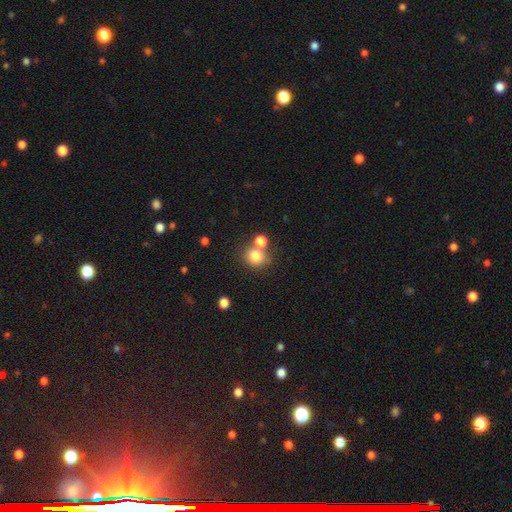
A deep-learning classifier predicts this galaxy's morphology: smooth 79%, star or artifact 13%, featured or disk 8%. Down the decision tree: how rounded — round (82%); merging — none (61%).